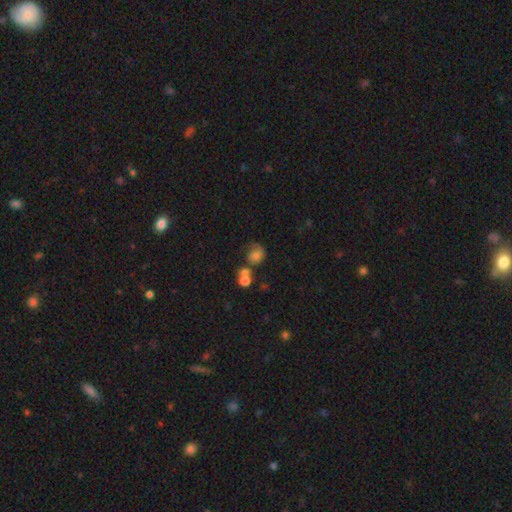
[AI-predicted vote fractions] The model was most divided on "merging": none: 35%, merger: 29%, minor disturbance: 19%, major disturbance: 17%. More confident: how rounded — round (69%); smooth or featured — smooth (63%).